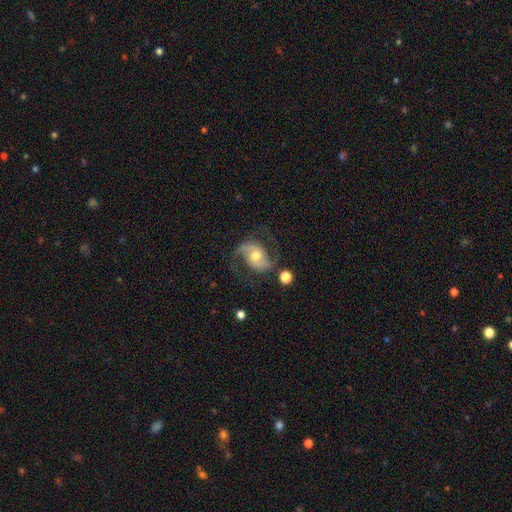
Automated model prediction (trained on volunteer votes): Overall: featured or disk (82%). Edge-on disk: no (97%). Bar: no (53%; weak 35%). Spiral arms: yes (94%). Spiral arm count: 2 (90%). Spiral winding: medium (46%; loose 42%). Bulge size: moderate (71%). Merging: none (67%).